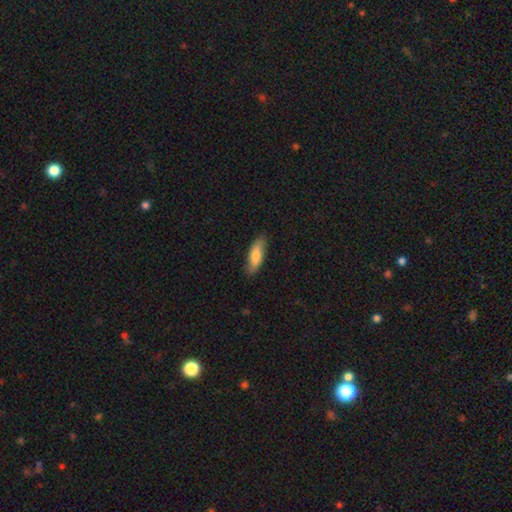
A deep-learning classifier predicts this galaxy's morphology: A smooth galaxy with no disk features (74%) that is in between round and cigar-shaped (57%).

Vote fractions:
- Smooth or featured? smooth: 74% / featured or disk: 21% / star or artifact: 6%
- How rounded? in between: 57% / cigar-shaped: 41% / round: 2%
- Merging? none: 83% / minor disturbance: 13% / major disturbance: 2% / merger: 1%